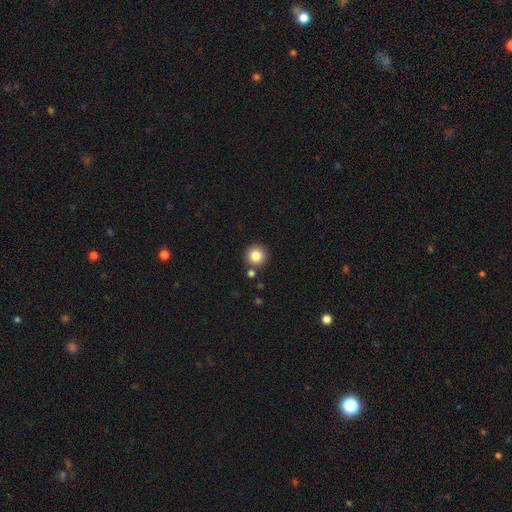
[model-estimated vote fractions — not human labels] Q: Smooth or featured?
A: smooth (83%); runner-up: star or artifact (11%)
Q: How rounded?
A: round (95%); runner-up: in between (4%)
Q: Merging?
A: none (84%); runner-up: merger (7%)